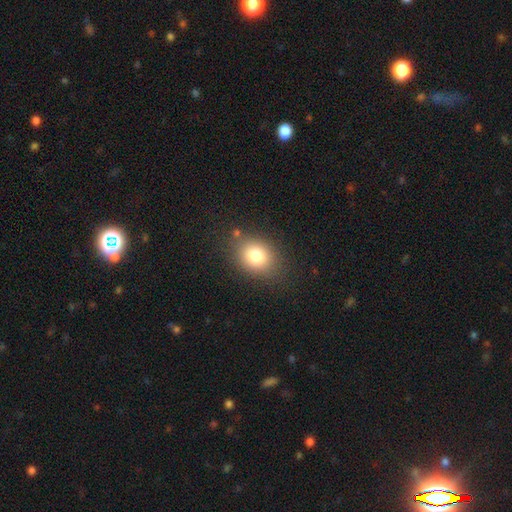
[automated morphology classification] Smooth or featured: smooth — 81% (star or artifact — 10%)
How rounded: in between — 57% (round — 42%)
Merging: none — 80% (minor disturbance — 13%)